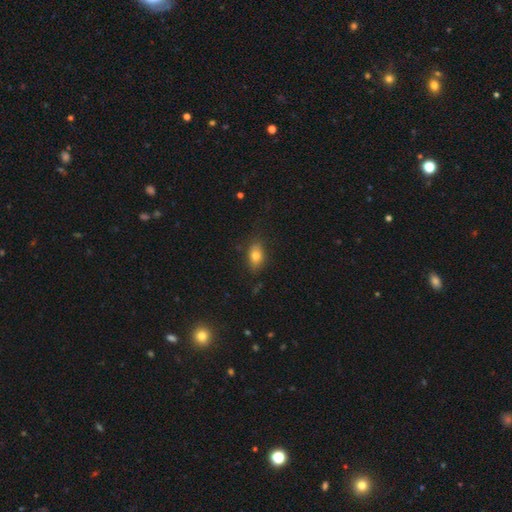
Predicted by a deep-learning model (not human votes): Overall: smooth (76%). How rounded: in between (83%). Merging: none (78%).